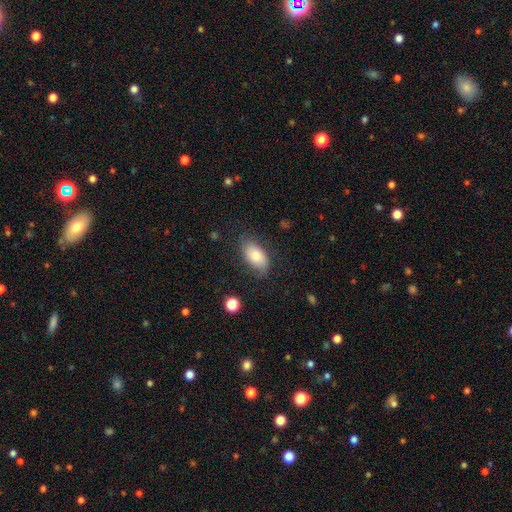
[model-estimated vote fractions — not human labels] The model was most divided on "merging": none: 71%, minor disturbance: 20%, major disturbance: 7%, merger: 2%. More confident: how rounded — in between (94%); smooth or featured — smooth (75%).